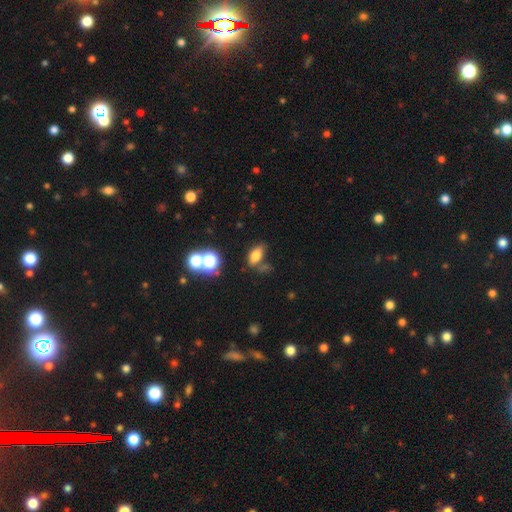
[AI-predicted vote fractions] Morphology: type=smooth (74%); roundness=in between (83%); merging=none (55%).